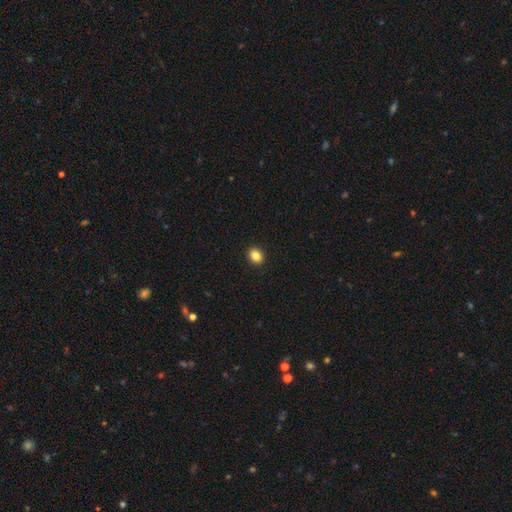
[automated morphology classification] Q: Smooth or featured?
A: smooth (85%); runner-up: star or artifact (10%)
Q: How rounded?
A: round (53%); runner-up: in between (46%)
Q: Merging?
A: none (92%); runner-up: minor disturbance (5%)